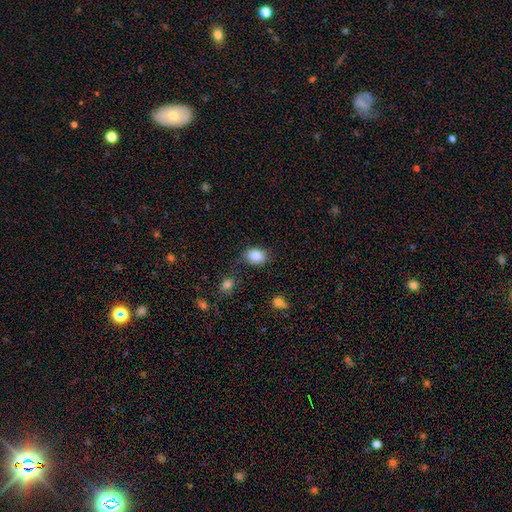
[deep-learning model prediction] Smooth or featured? Predicted: smooth (p=0.87). How rounded? Predicted: in between (p=0.65). Merging? Predicted: none (p=0.76).